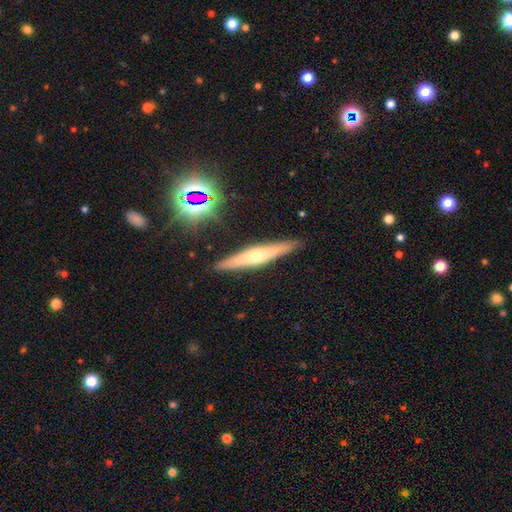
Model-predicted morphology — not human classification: smooth-or-featured: featured or disk: 58% | smooth: 33% | star or artifact: 10%
  disk-edge-on: yes: 94% | no: 6%
    edge-on-bulge: rounded: 85% | none: 11% | boxy: 4%
  merging: none: 89% | minor disturbance: 7% | major disturbance: 2% | merger: 1%